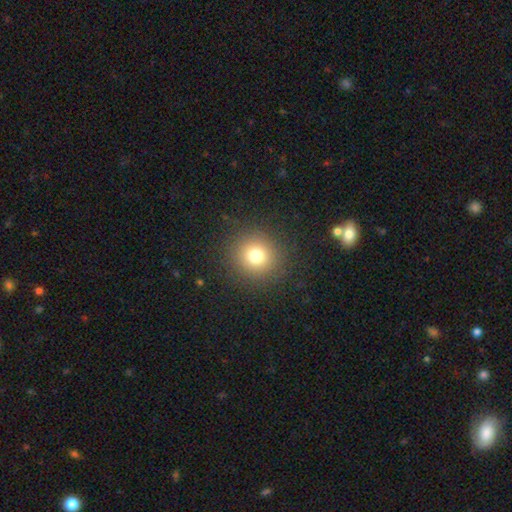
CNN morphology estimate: The model was most divided on "smooth or featured": smooth: 77%, star or artifact: 15%, featured or disk: 9%. More confident: how rounded — round (93%); merging — none (89%).